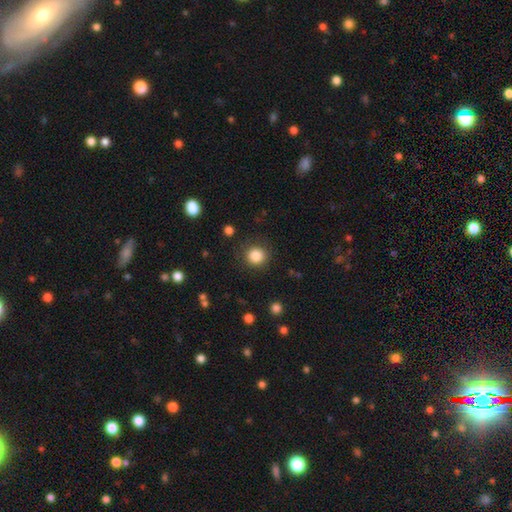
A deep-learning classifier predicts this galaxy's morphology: This appears to be a smooth galaxy with no disk features (86%) that is round (91%). Merging: none (88%).